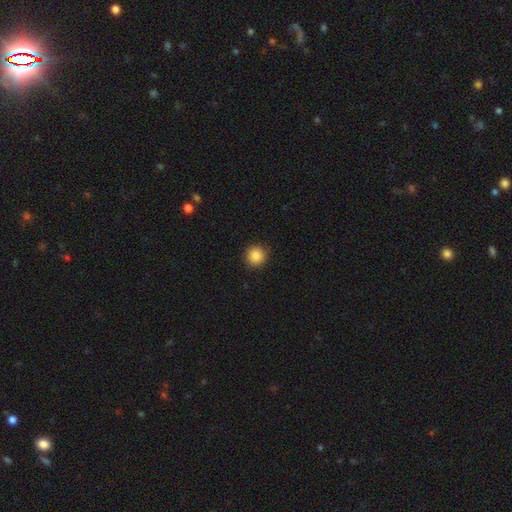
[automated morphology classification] A smooth galaxy with no disk features (87%) that is round (93%). Merging: none (91%).